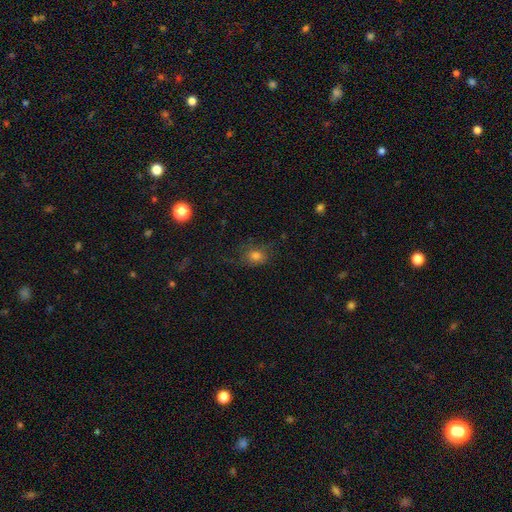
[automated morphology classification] smooth-or-featured: smooth: 73% | star or artifact: 14% | featured or disk: 13%
  how-rounded: round: 55% | in between: 43% | cigar-shaped: 1%
  merging: none: 61% | minor disturbance: 22% | major disturbance: 15% | merger: 2%